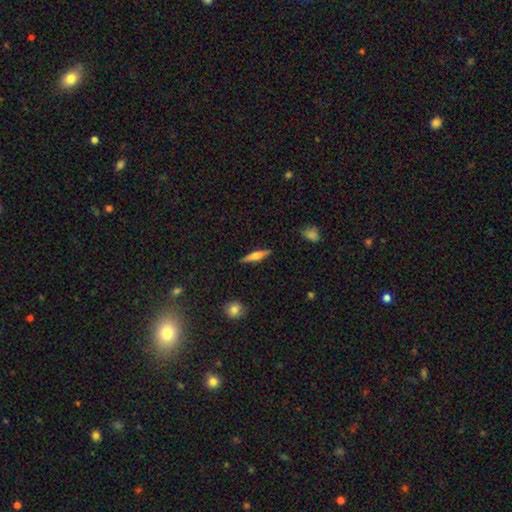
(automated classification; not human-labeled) This appears to be a smooth galaxy with no disk features (53%) that is cigar-shaped (81%). Merging: none (88%).